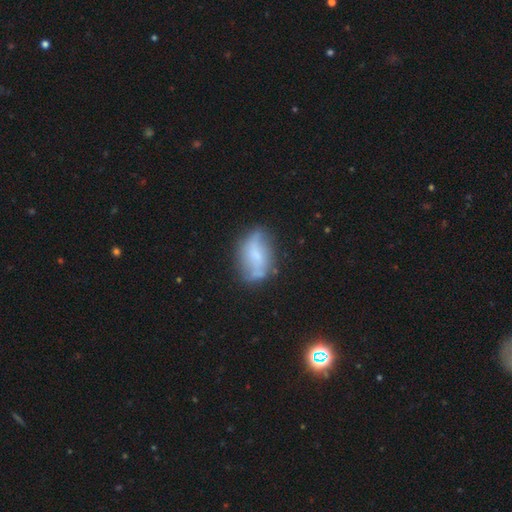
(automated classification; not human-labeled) Morphology: type=featured or disk (52%); edge-on=no (86%); merging=none (58%).